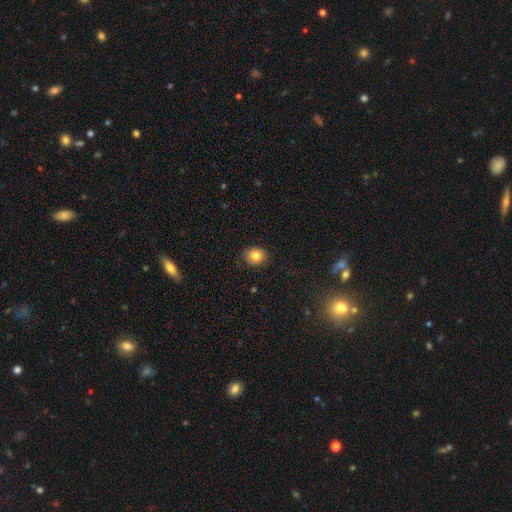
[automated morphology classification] This is clearly a smooth galaxy (84%). How rounded: possibly round (59%). Merging: clearly none (84%).